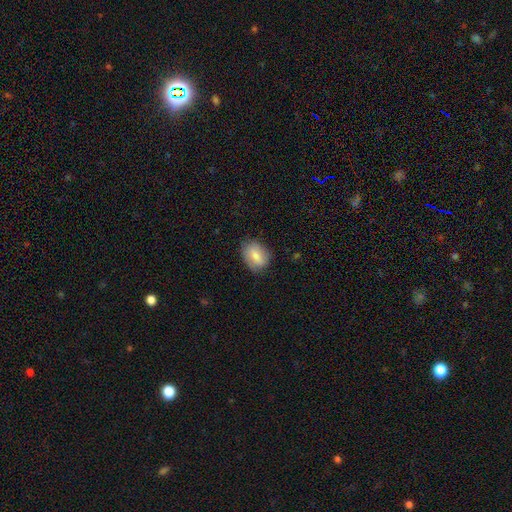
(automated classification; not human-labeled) Smooth or featured?
  - smooth: 72% *
  - featured or disk: 21%
  - star or artifact: 7%
How rounded?
  - in between: 71% *
  - round: 28%
  - cigar-shaped: 2%
Merging?
  - none: 74% *
  - minor disturbance: 20%
  - major disturbance: 5%
  - merger: 1%